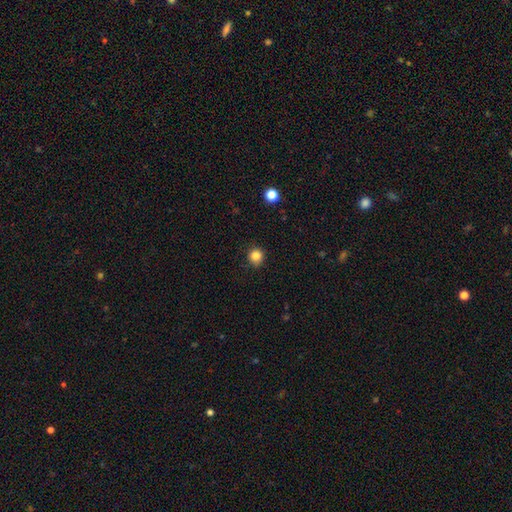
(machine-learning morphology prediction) smooth_or_featured: smooth (p=0.84) [alt: star or artifact p=0.12]
how_rounded: round (p=0.91) [alt: in between p=0.08]
merging: none (p=0.88) [alt: minor disturbance p=0.09]